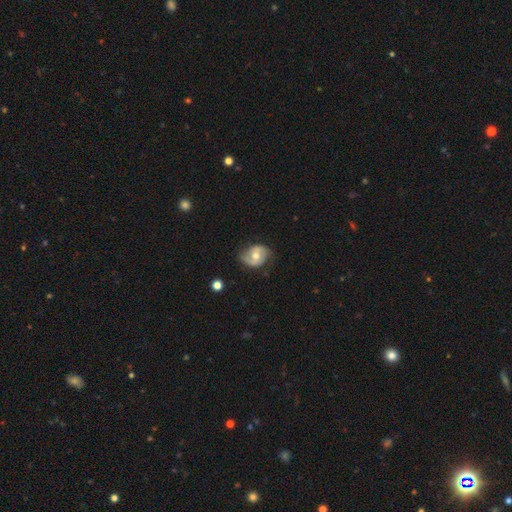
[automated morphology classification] Q: Smooth or featured?
A: featured or disk (66%); runner-up: smooth (28%)
Q: Edge-on disk?
A: no (97%); runner-up: yes (3%)
Q: Bar?
A: no (51%); runner-up: weak (38%)
Q: Spiral arms?
A: yes (82%); runner-up: no (18%)
Q: Spiral winding?
A: medium (45%); runner-up: tight (28%)
Q: Spiral arm count?
A: 2 (83%); runner-up: can't tell (9%)
Q: Bulge size?
A: moderate (74%); runner-up: small (17%)
Q: Merging?
A: none (68%); runner-up: minor disturbance (23%)